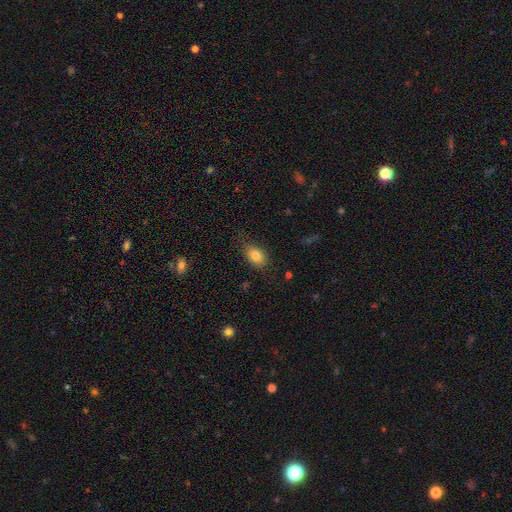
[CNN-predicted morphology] Smooth or featured? Predicted: smooth (p=0.82). How rounded? Predicted: in between (p=0.81). Merging? Predicted: none (p=0.73).